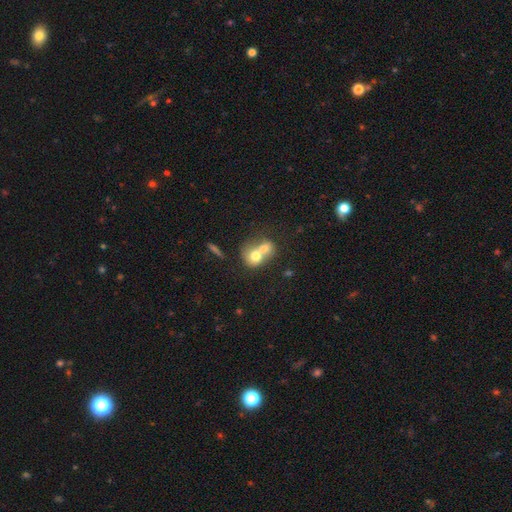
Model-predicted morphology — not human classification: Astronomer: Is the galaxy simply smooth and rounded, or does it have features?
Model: smooth — 65%.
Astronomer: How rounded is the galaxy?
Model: round — 58% (runner-up: in between, 41%).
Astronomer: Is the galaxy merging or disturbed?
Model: merger — 75%.